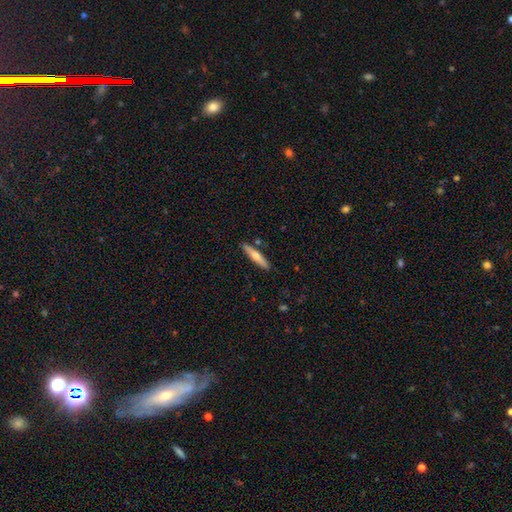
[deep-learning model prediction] A smooth galaxy with no disk features (50%) that is cigar-shaped (86%).

Vote fractions:
- Smooth or featured? smooth: 50% / featured or disk: 44% / star or artifact: 6%
- How rounded? cigar-shaped: 86% / in between: 13% / round: 2%
- Merging? none: 87% / minor disturbance: 8% / merger: 3% / major disturbance: 2%